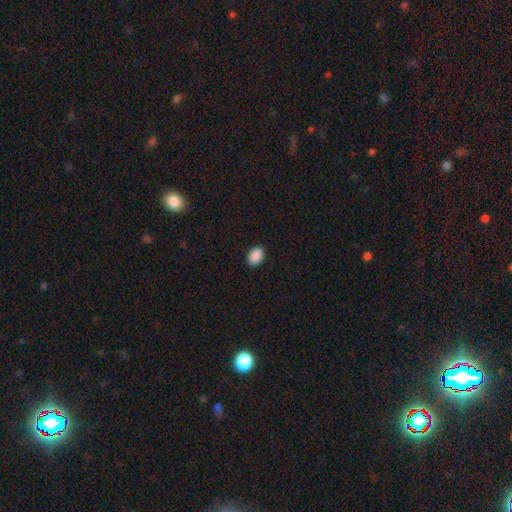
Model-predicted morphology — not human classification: Q: Smooth or featured?
A: smooth (90%); runner-up: star or artifact (7%)
Q: How rounded?
A: in between (80%); runner-up: round (19%)
Q: Merging?
A: none (91%); runner-up: minor disturbance (7%)